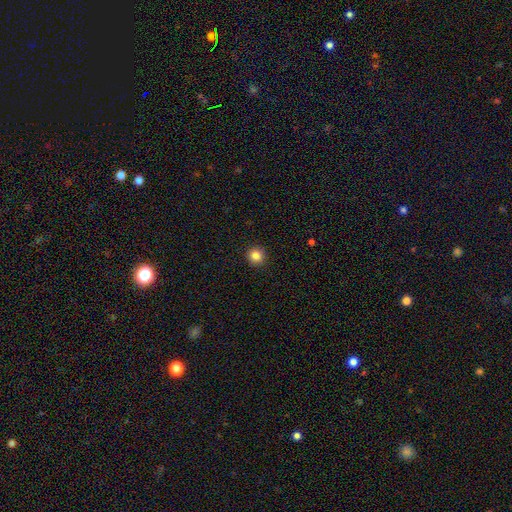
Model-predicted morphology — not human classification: type=smooth (85%); roundness=round (94%); merging=none (93%).